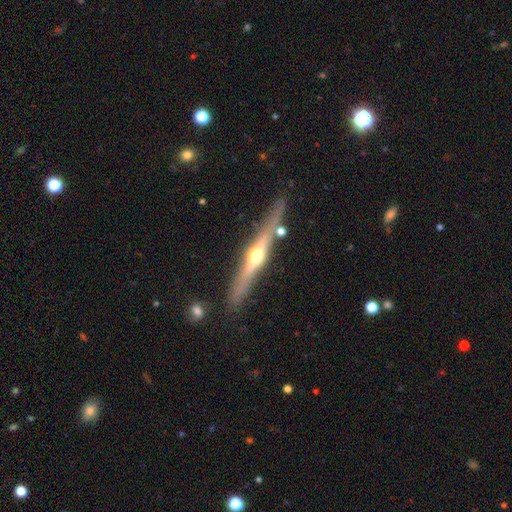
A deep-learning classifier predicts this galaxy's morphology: smooth-or-featured: featured or disk: 75% | smooth: 20% | star or artifact: 5%
  disk-edge-on: yes: 97% | no: 3%
    edge-on-bulge: rounded: 92% | none: 5% | boxy: 4%
  merging: none: 80% | minor disturbance: 12% | merger: 5% | major disturbance: 3%